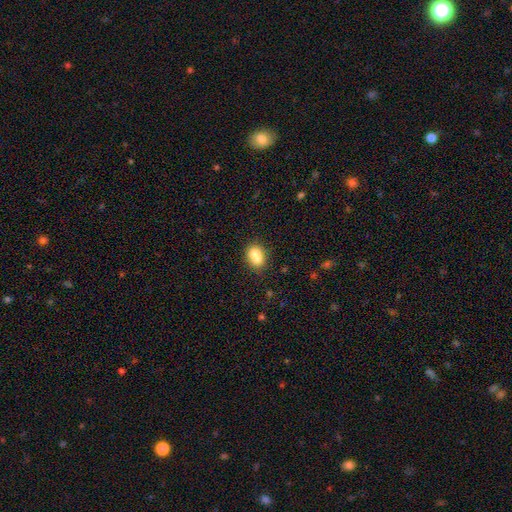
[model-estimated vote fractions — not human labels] This appears to be a smooth galaxy with no disk features (74%) that is in between round and cigar-shaped (57%). Merging: merger (44%).